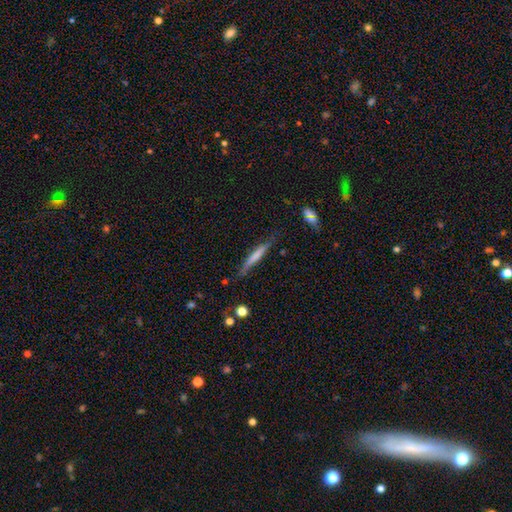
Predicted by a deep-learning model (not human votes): smooth 58%, featured or disk 36%, star or artifact 7%. Down the decision tree: how rounded — cigar-shaped (93%); merging — none (76%).